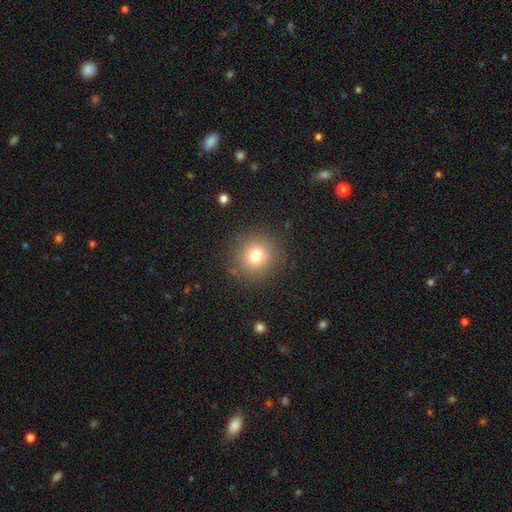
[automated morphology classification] smooth_or_featured: smooth (p=0.76) [alt: star or artifact p=0.14]
how_rounded: round (p=0.94) [alt: in between p=0.05]
merging: none (p=0.87) [alt: minor disturbance p=0.08]